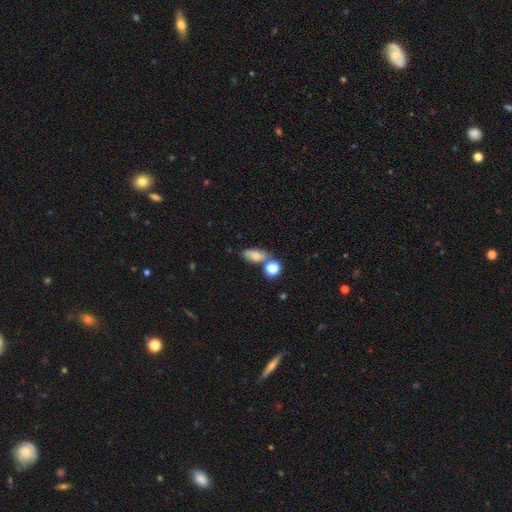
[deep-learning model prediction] Smooth or featured?
  - smooth: 74% *
  - featured or disk: 13%
  - star or artifact: 12%
How rounded?
  - in between: 79% *
  - round: 12%
  - cigar-shaped: 9%
Merging?
  - none: 58% *
  - merger: 20%
  - minor disturbance: 17%
  - major disturbance: 6%